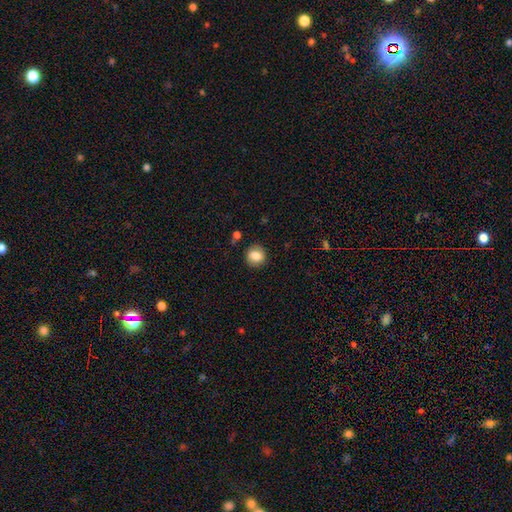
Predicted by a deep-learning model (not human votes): Q: Smooth or featured?
A: smooth (81%); runner-up: featured or disk (10%)
Q: How rounded?
A: round (83%); runner-up: in between (16%)
Q: Merging?
A: none (87%); runner-up: minor disturbance (9%)